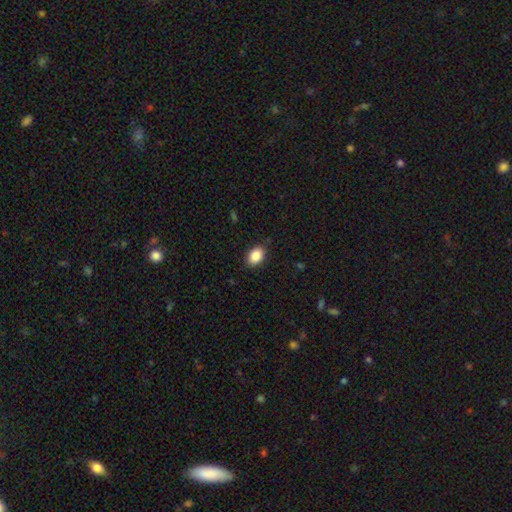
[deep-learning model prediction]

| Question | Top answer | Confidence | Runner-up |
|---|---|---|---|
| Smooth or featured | smooth | 88% | star or artifact (8%) |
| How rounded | in between | 84% | round (15%) |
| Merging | none | 85% | minor disturbance (11%) |